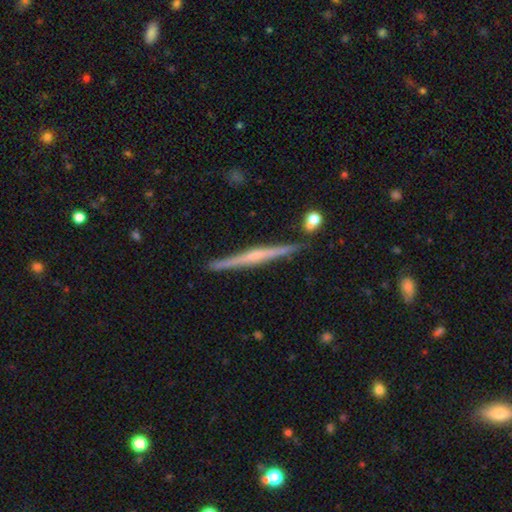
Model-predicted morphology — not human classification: Smooth or featured? Predicted: featured or disk (p=0.73). Edge-on disk? Predicted: yes (p=0.98). Edge-on bulge? Predicted: rounded (p=0.54). Merging? Predicted: none (p=0.86).